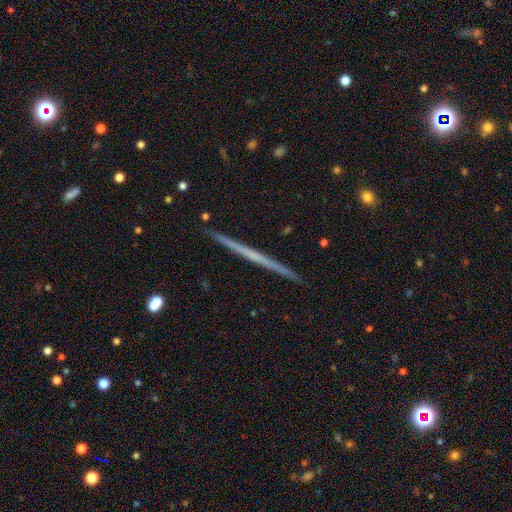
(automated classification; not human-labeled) The model was most divided on "edge-on bulge": none: 68%, rounded: 26%, boxy: 6%. More confident: edge-on disk — yes (98%); merging — none (93%); smooth or featured — featured or disk (72%).